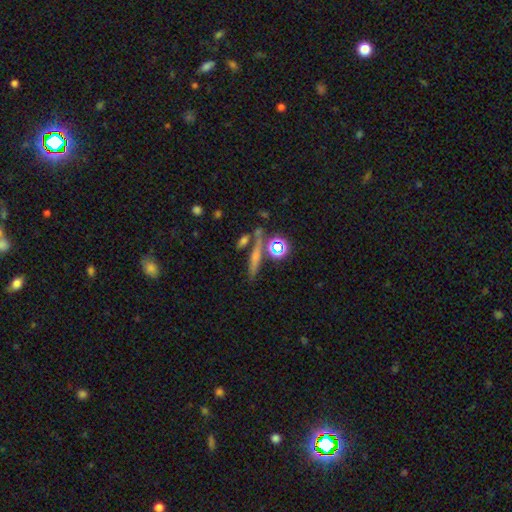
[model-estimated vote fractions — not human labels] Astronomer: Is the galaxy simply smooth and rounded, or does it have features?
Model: smooth — 41% (runner-up: featured or disk, 34%).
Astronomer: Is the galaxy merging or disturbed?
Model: none — 68%.